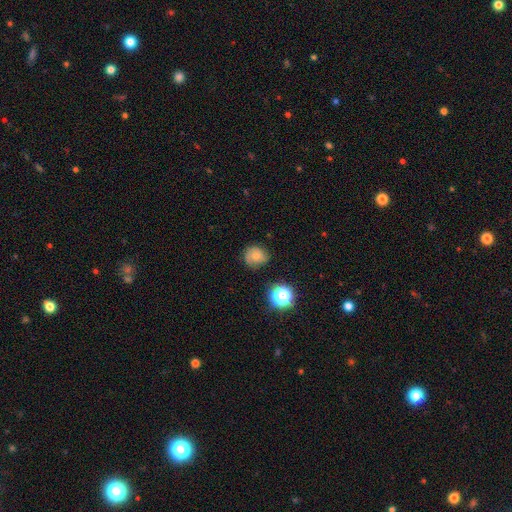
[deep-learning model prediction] The model was most divided on "smooth or featured": smooth: 59%, featured or disk: 27%, star or artifact: 14%. More confident: how rounded — round (78%); merging — none (67%).